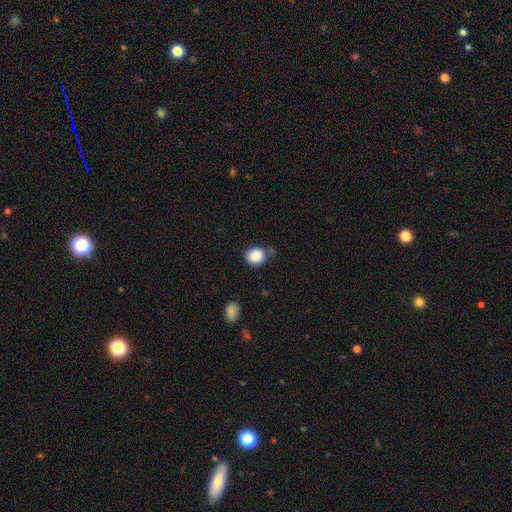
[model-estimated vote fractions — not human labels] smooth 88%, star or artifact 9%, featured or disk 4%. Down the decision tree: how rounded — round (79%); merging — none (69%).